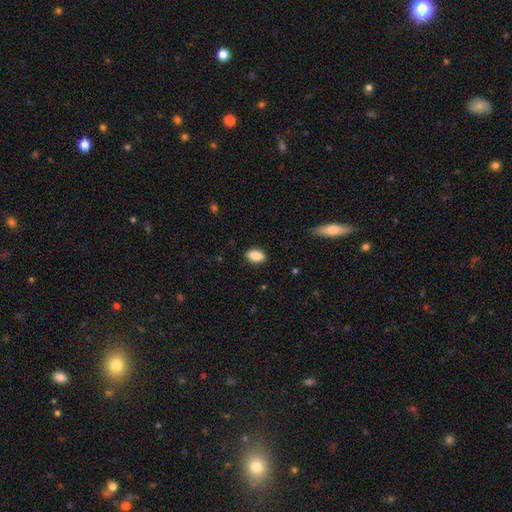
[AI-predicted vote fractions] This is clearly a smooth galaxy (87%). How rounded: clearly in between (87%). Merging: clearly none (87%).